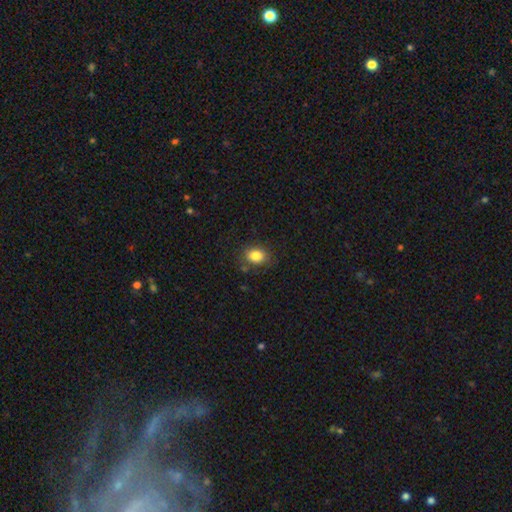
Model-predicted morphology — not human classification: Overall: smooth (84%). How rounded: in between (57%; round 42%). Merging: none (80%).